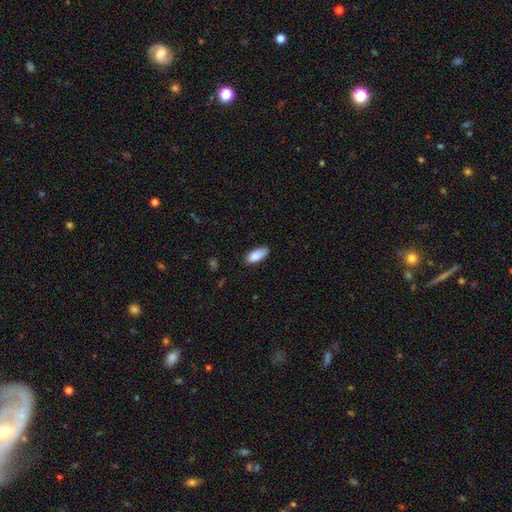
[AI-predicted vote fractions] smooth 87%, featured or disk 7%, star or artifact 7%. Down the decision tree: how rounded — in between (85%); merging — none (78%).